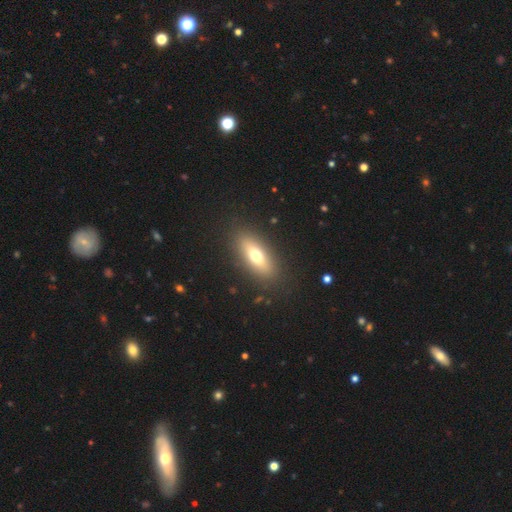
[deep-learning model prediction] A smooth galaxy with no disk features (65%) that is in between round and cigar-shaped (71%). Merging: none (87%).